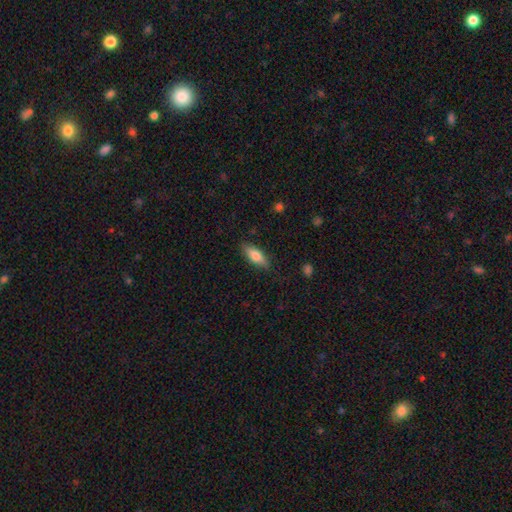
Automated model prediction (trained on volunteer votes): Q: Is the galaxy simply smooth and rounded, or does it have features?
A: smooth — 72%.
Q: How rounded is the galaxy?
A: in between — 61%.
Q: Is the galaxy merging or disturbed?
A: none — 84%.